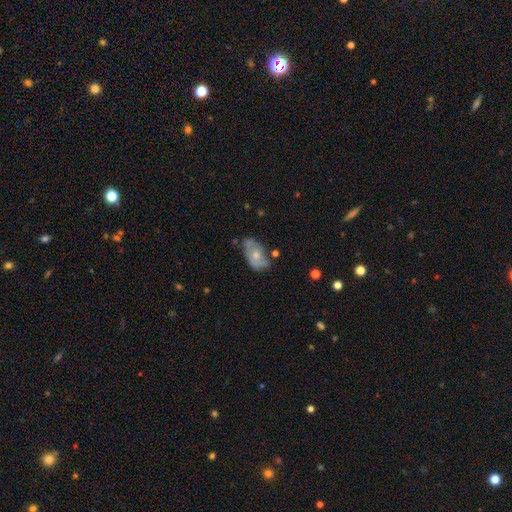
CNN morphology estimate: Overall: smooth (51%; featured or disk 41%). How rounded: in between (89%). Merging: none (47%; minor disturbance 32%).